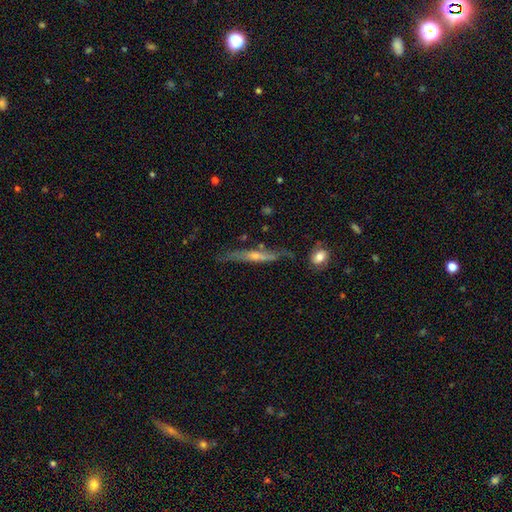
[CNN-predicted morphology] type=featured or disk (65%); edge-on=yes (91%); edge-on bulge=rounded (63%); merging=none (72%).